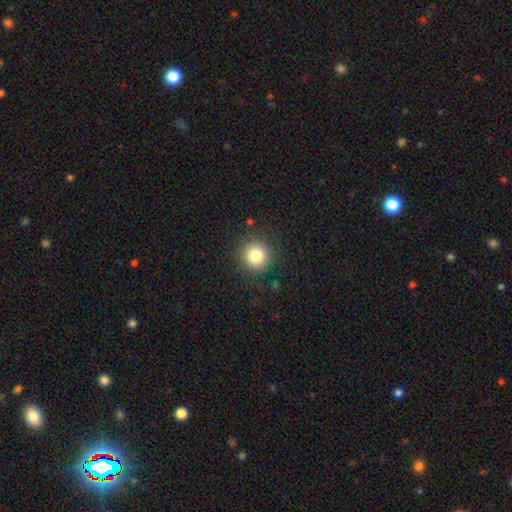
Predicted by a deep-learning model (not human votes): Q: Smooth or featured?
A: smooth (81%); runner-up: star or artifact (12%)
Q: How rounded?
A: round (93%); runner-up: in between (6%)
Q: Merging?
A: none (89%); runner-up: minor disturbance (7%)